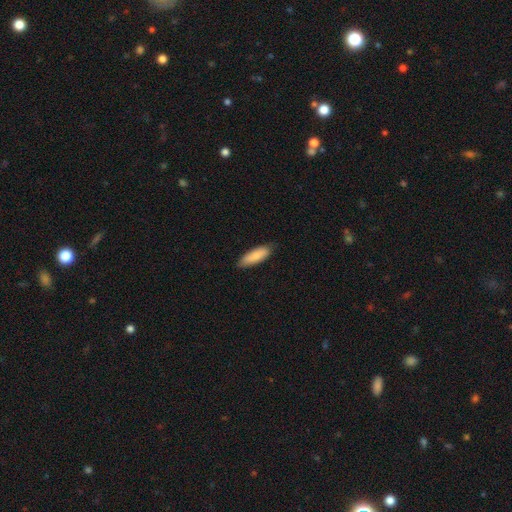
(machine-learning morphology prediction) smooth-or-featured: smooth: 86% | featured or disk: 9% | star or artifact: 5%
  how-rounded: in between: 54% | cigar-shaped: 44% | round: 1%
  merging: none: 83% | minor disturbance: 14% | major disturbance: 2% | merger: 1%